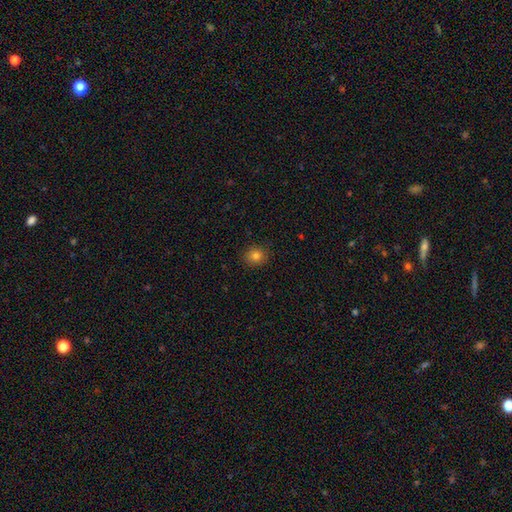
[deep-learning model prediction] Morphology: type=smooth (80%); roundness=round (85%); merging=none (89%).